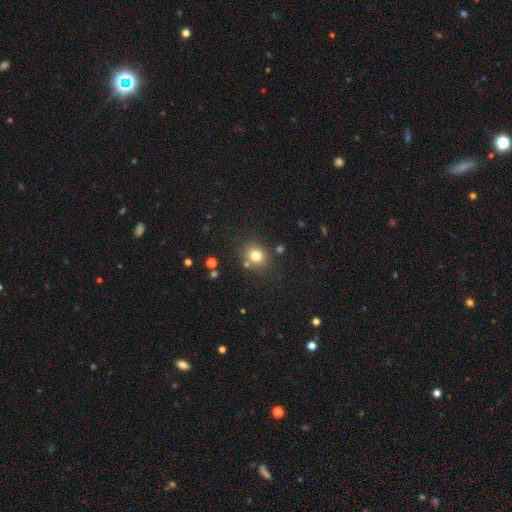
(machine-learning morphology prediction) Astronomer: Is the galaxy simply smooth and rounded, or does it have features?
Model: smooth — 78%.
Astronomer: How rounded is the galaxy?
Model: round — 73%.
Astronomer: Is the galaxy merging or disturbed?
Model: none — 79%.